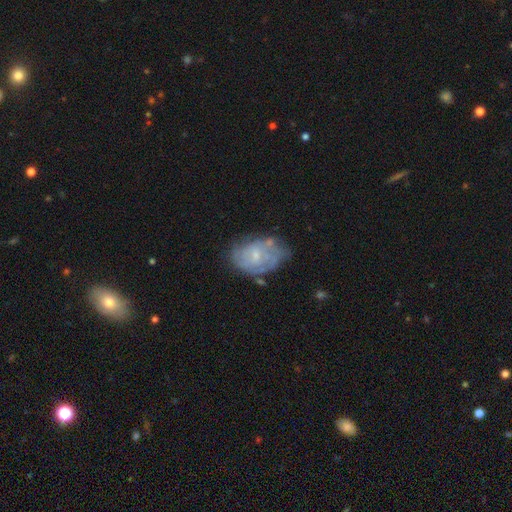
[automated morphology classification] This is likely a featured or disk galaxy (63%). It is clearly not viewed edge-on (97%). Bar: likely no (69%). Spiral arm pattern: likely yes (66%). Central bulge: likely small (70%). Merging: possibly none (53%).